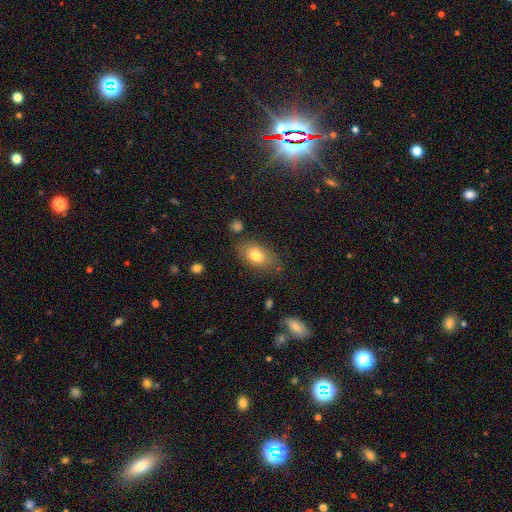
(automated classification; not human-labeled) Smooth or featured? smooth (76%)
How rounded? in between (87%)
Merging? none (68%)